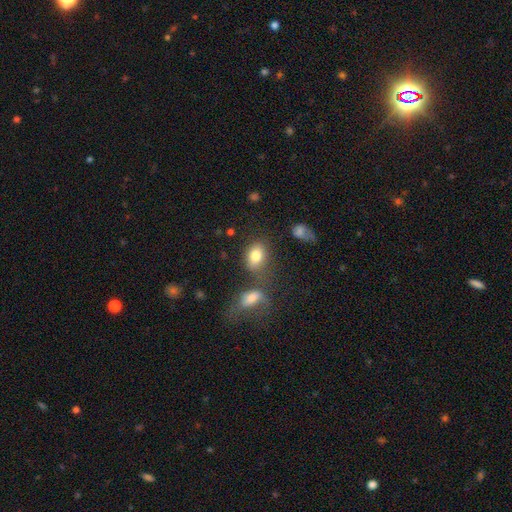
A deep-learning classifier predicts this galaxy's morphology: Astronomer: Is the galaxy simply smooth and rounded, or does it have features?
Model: smooth — 80%.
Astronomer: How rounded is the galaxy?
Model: in between — 79%.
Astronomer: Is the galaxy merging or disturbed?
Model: none — 56%.